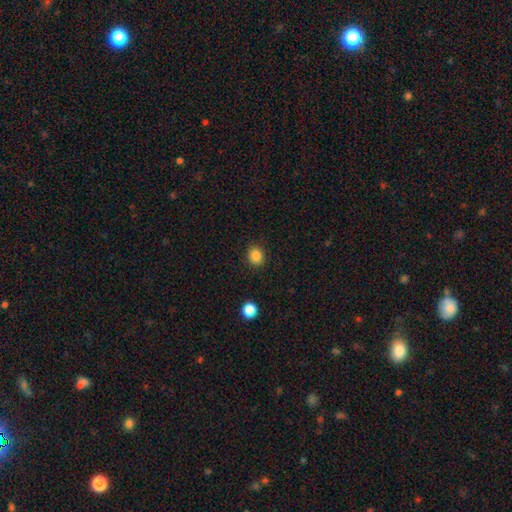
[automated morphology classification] This is clearly a smooth galaxy (86%). How rounded: likely round (72%). Merging: clearly none (89%).